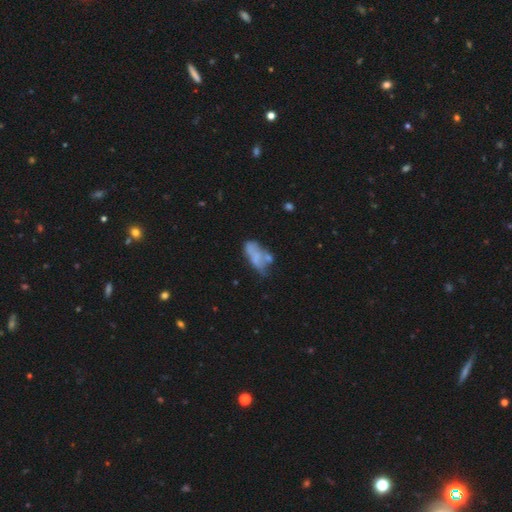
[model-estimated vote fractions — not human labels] smooth 52%, featured or disk 37%, star or artifact 11%. Down the decision tree: how rounded — in between (83%); merging — none (28%).